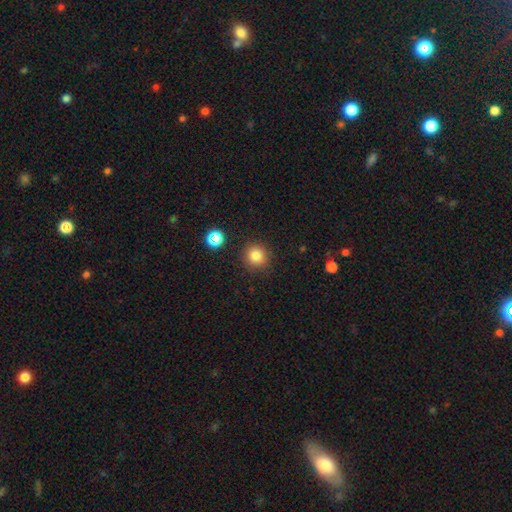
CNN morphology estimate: A smooth galaxy with no disk features (82%) that is round (92%).

Vote fractions:
- Smooth or featured? smooth: 82% / star or artifact: 12% / featured or disk: 6%
- How rounded? round: 92% / in between: 7% / cigar-shaped: 1%
- Merging? none: 89% / minor disturbance: 7% / major disturbance: 2% / merger: 2%